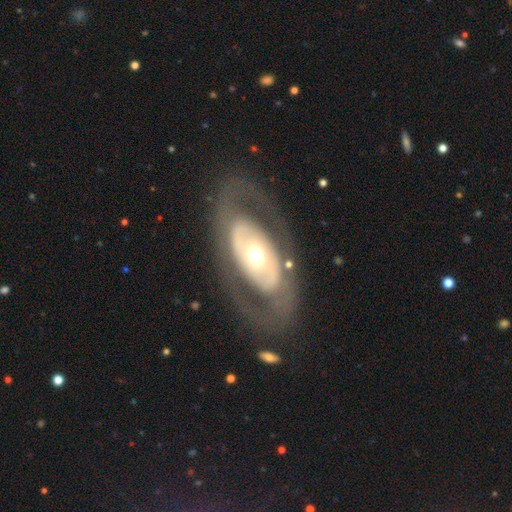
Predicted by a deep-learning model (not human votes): Smooth or featured? Predicted: featured or disk (p=0.70). Edge-on disk? Predicted: no (p=0.89). Bar? Predicted: no (p=0.77). Spiral arms? Predicted: no (p=0.72). Bulge size? Predicted: moderate (p=0.65). Merging? Predicted: none (p=0.76).